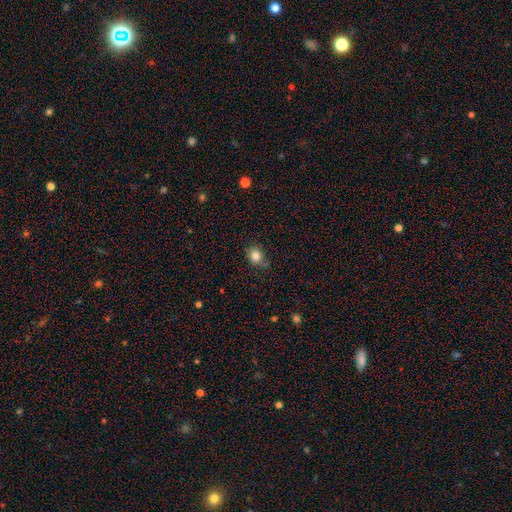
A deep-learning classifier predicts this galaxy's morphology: Smooth or featured?
  - smooth: 83% *
  - star or artifact: 11%
  - featured or disk: 6%
How rounded?
  - round: 70% *
  - in between: 29%
  - cigar-shaped: 1%
Merging?
  - none: 75% *
  - minor disturbance: 17%
  - merger: 5%
  - major disturbance: 4%